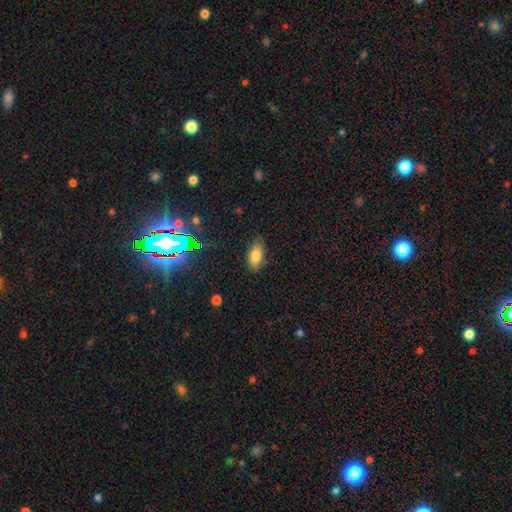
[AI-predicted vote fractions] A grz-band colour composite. It shows a smooth galaxy with no disk features (78%) that is in between round and cigar-shaped (87%). Merging: none (81%).